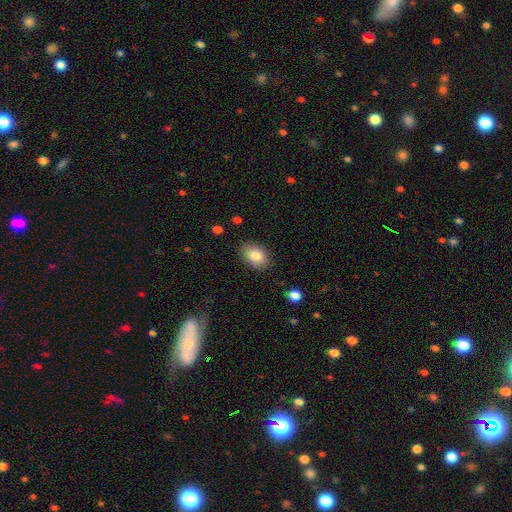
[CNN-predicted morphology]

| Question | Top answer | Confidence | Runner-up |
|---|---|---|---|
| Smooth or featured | smooth | 84% | featured or disk (8%) |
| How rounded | in between | 77% | round (22%) |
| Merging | none | 85% | minor disturbance (11%) |